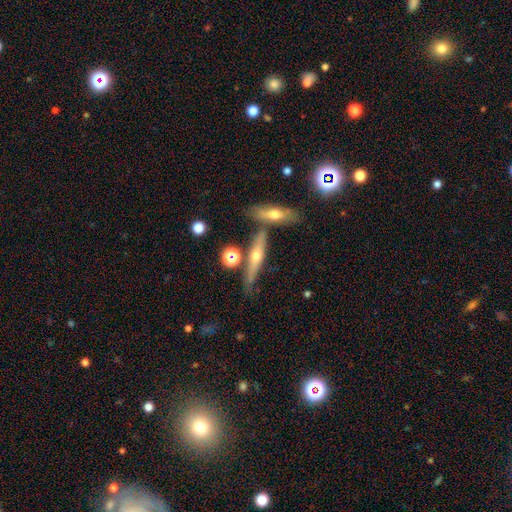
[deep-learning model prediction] This is likely a featured or disk galaxy (62%). It is clearly viewed edge-on (91%). Edge-on bulge: clearly rounded (91%). Merging: likely none (67%).